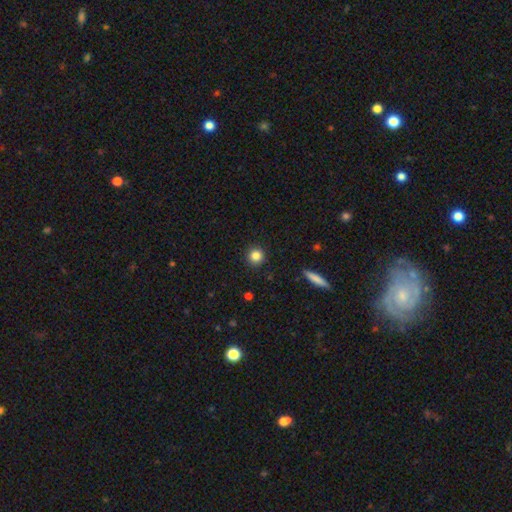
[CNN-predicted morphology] type=smooth (84%); roundness=round (94%); merging=none (92%).